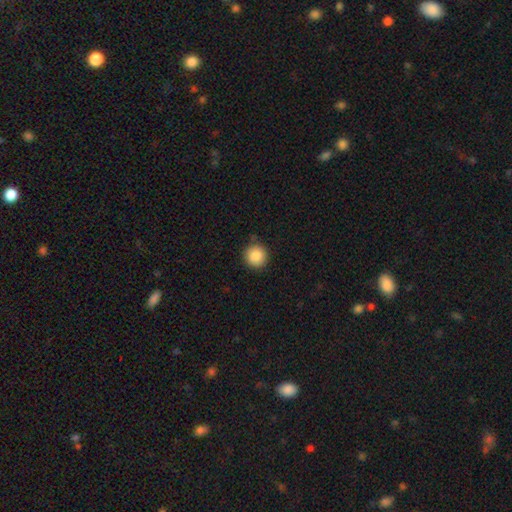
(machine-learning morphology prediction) smooth-or-featured: smooth: 87% | star or artifact: 8% | featured or disk: 4%
  how-rounded: round: 94% | in between: 5% | cigar-shaped: 1%
  merging: none: 86% | minor disturbance: 10% | major disturbance: 2% | merger: 2%